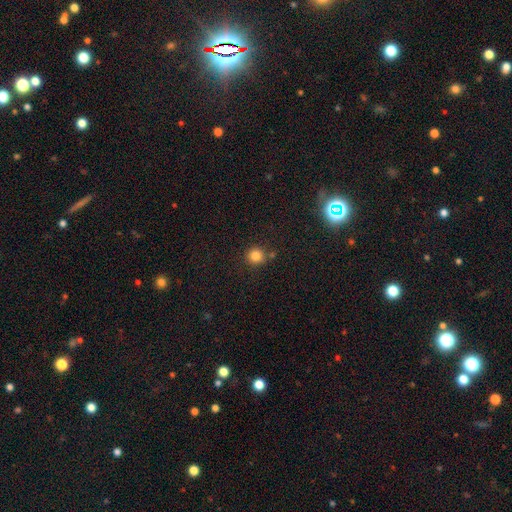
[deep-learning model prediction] The model was most divided on "smooth or featured": smooth: 82%, star or artifact: 13%, featured or disk: 5%. More confident: how rounded — round (92%); merging — none (79%).